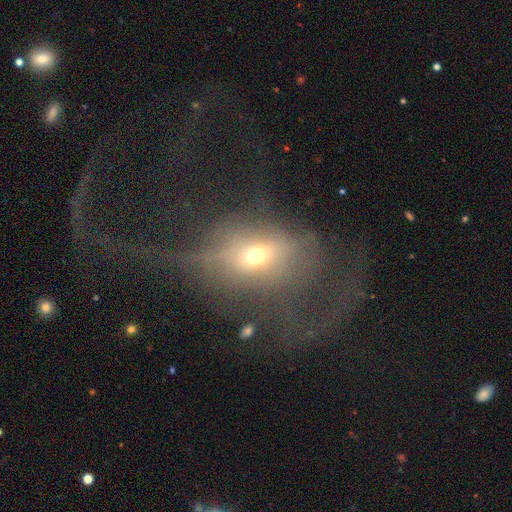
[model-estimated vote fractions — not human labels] Smooth or featured? smooth (42%)
Merging? major disturbance (49%)